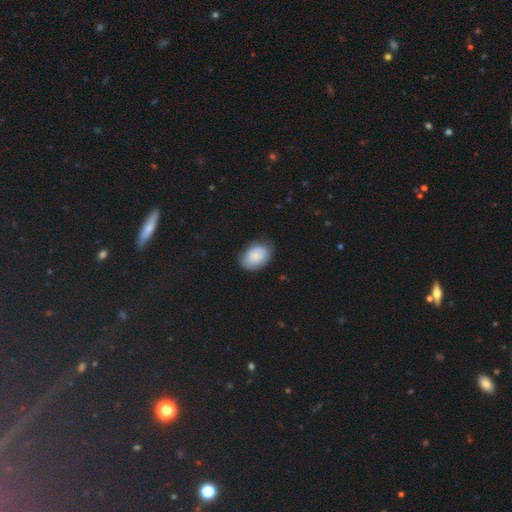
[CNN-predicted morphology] smooth 82%, featured or disk 11%, star or artifact 7%. Down the decision tree: how rounded — in between (83%); merging — none (76%).